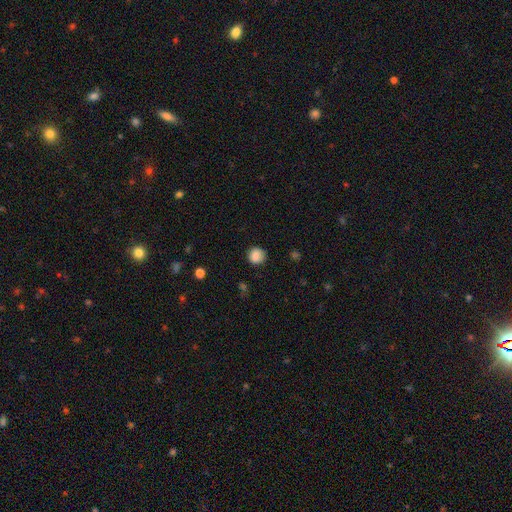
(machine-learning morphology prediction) smooth 87%, star or artifact 9%, featured or disk 4%. Down the decision tree: how rounded — round (91%); merging — none (86%).